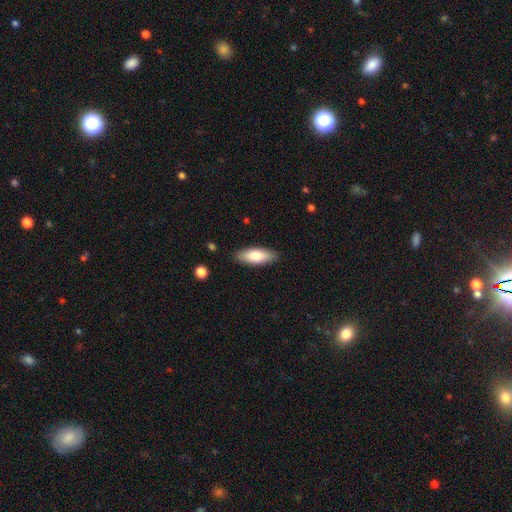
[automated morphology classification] type=smooth (77%); roundness=in between (70%); merging=none (88%).